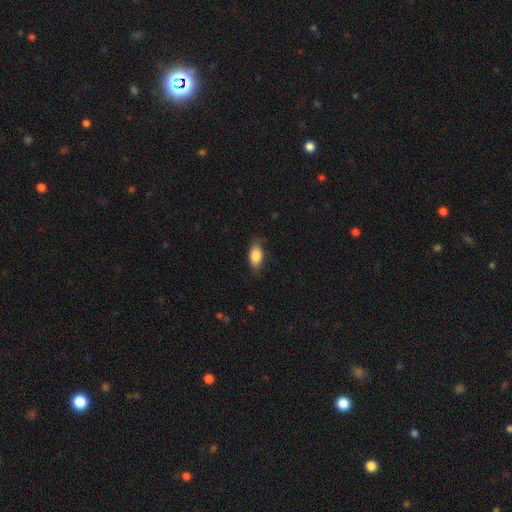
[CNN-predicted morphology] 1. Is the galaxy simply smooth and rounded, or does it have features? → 85% smooth, 9% featured or disk, 7% star or artifact.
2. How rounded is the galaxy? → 90% in between, 5% cigar-shaped, 5% round.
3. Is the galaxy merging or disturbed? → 76% none, 19% minor disturbance, 4% major disturbance, 1% merger.